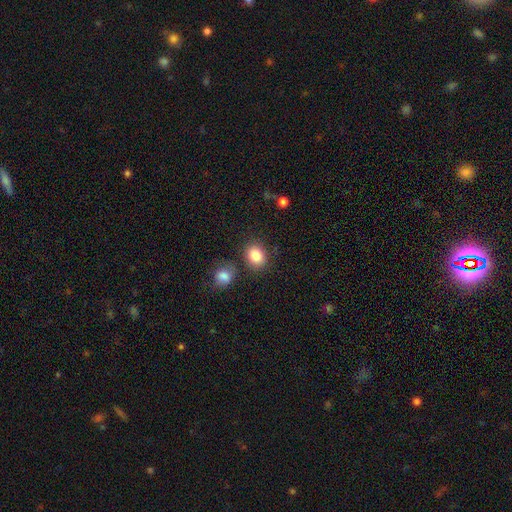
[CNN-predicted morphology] Smooth or featured: smooth — 85% (star or artifact — 9%)
How rounded: round — 57% (in between — 42%)
Merging: none — 78% (minor disturbance — 11%)